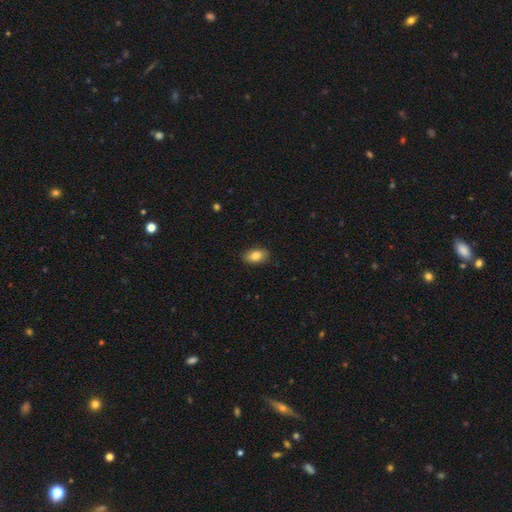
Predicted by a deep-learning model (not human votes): smooth_or_featured: smooth (p=0.82) [alt: featured or disk p=0.10]
how_rounded: in between (p=0.90) [alt: round p=0.07]
merging: none (p=0.88) [alt: minor disturbance p=0.09]